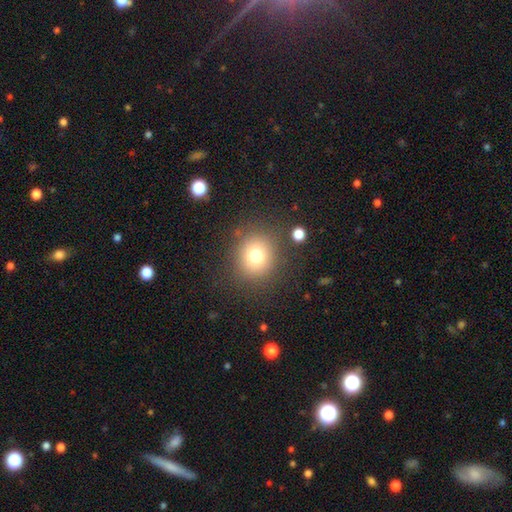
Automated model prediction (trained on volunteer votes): Morphology: type=smooth (76%); roundness=round (84%); merging=none (83%).